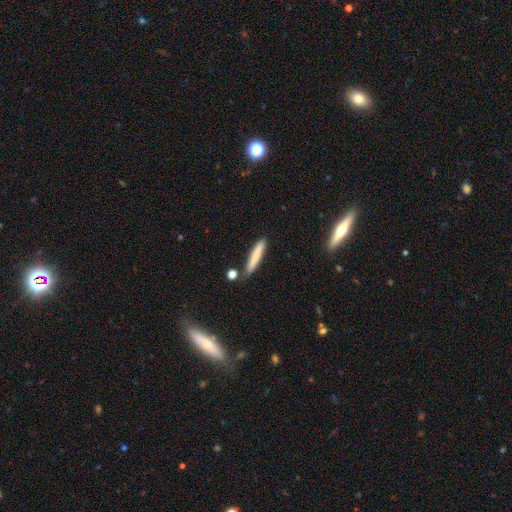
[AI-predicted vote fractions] This appears to be a smooth galaxy with no disk features (76%) that is cigar-shaped (92%). Merging: none (82%).